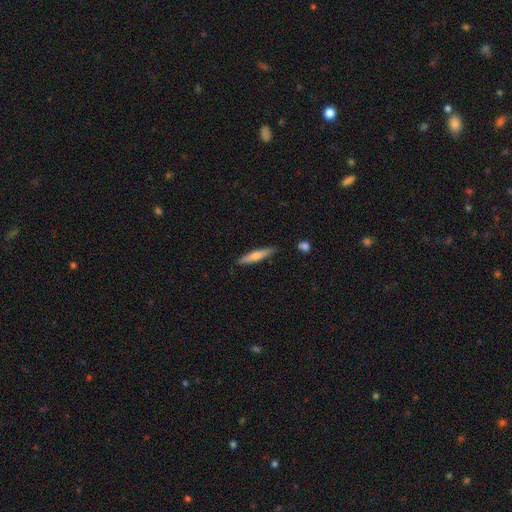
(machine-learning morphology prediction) Smooth or featured?
  - smooth: 60% *
  - featured or disk: 35%
  - star or artifact: 6%
How rounded?
  - cigar-shaped: 89% *
  - in between: 10%
  - round: 1%
Merging?
  - none: 87% *
  - minor disturbance: 9%
  - merger: 2%
  - major disturbance: 2%